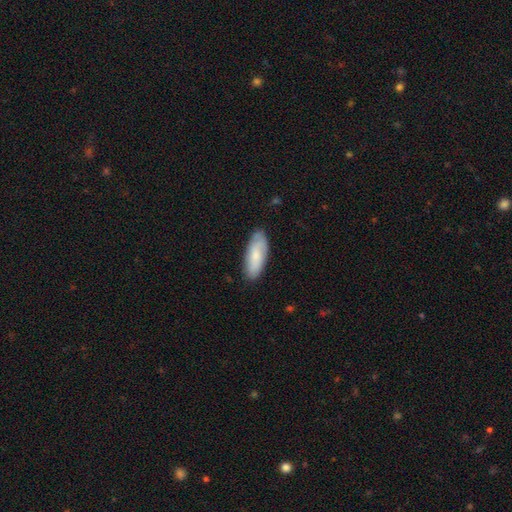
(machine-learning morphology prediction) smooth 74%, featured or disk 20%, star or artifact 6%. Down the decision tree: how rounded — in between (75%); merging — none (82%).